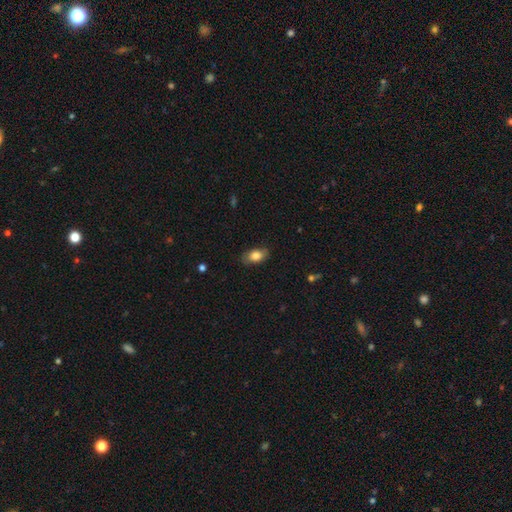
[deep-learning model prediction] This appears to be a smooth galaxy with no disk features (79%) that is in between round and cigar-shaped (88%). Merging: none (78%).